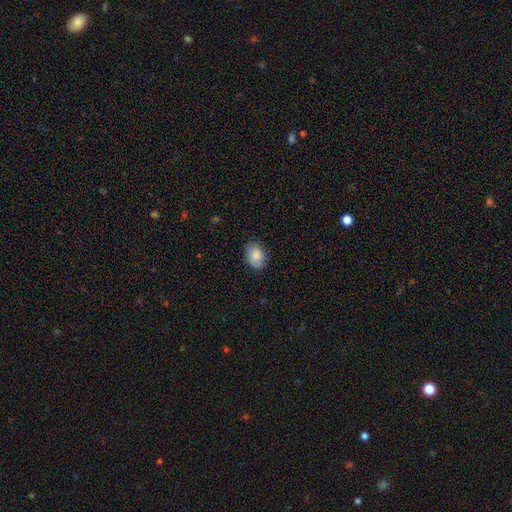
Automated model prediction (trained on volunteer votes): Smooth or featured? Predicted: smooth (p=0.85). How rounded? Predicted: in between (p=0.82). Merging? Predicted: none (p=0.82).